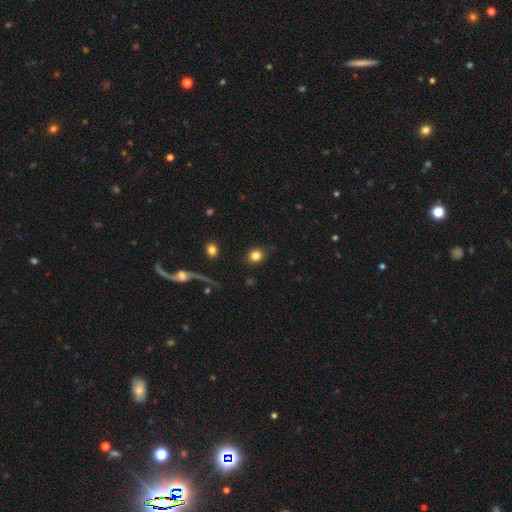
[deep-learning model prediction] Overall: smooth (83%). How rounded: round (66%; in between 32%). Merging: none (87%).